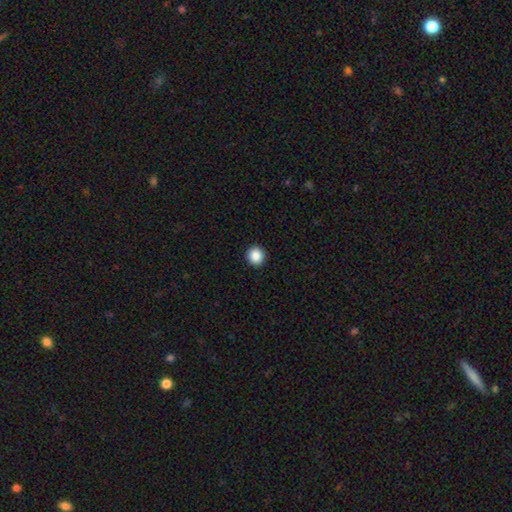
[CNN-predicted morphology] This appears to be a smooth galaxy with no disk features (88%) that is round (94%). Merging: none (94%).